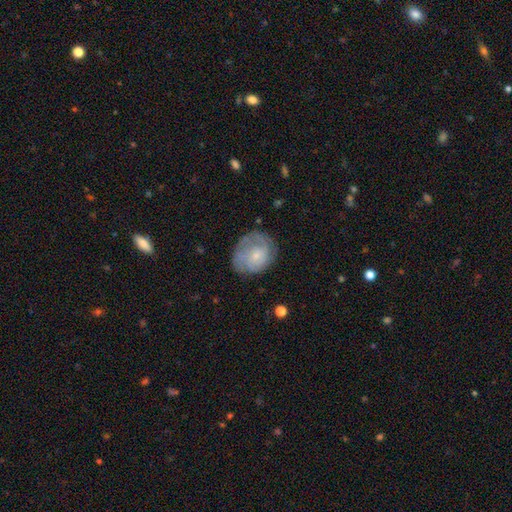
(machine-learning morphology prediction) smooth_or_featured: featured or disk (p=0.51) [alt: smooth p=0.41]
disk_edge_on: no (p=0.97) [alt: yes p=0.03]
merging: none (p=0.64) [alt: minor disturbance p=0.23]